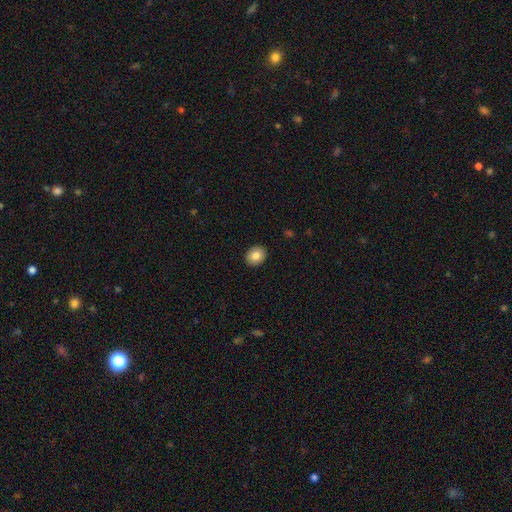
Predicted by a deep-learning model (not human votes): Overall: smooth (84%). How rounded: round (62%; in between 38%). Merging: none (92%).